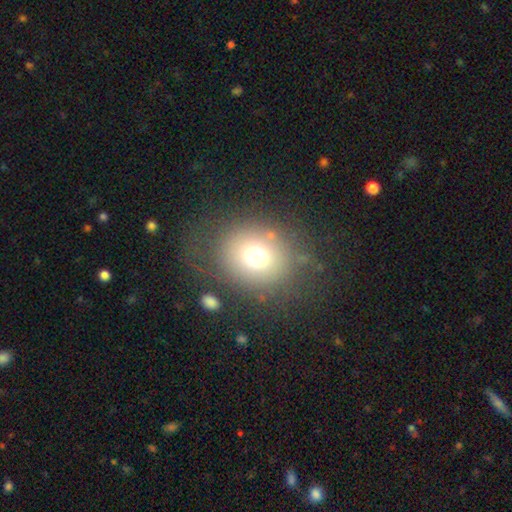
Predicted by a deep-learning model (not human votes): Smooth or featured? Predicted: smooth (p=0.71). How rounded? Predicted: round (p=0.70). Merging? Predicted: none (p=0.70).